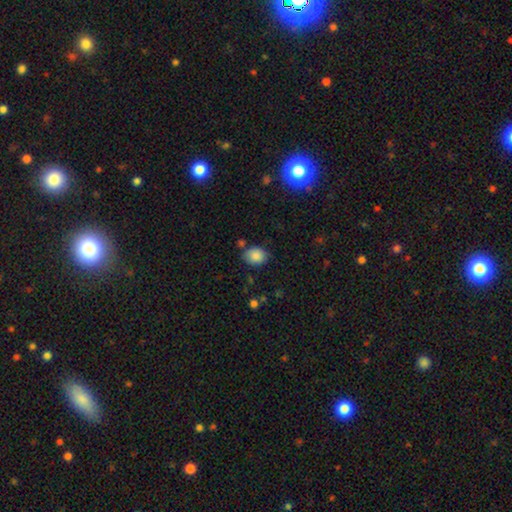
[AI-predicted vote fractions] Smooth or featured: smooth — 87% (star or artifact — 9%)
How rounded: round — 55% (in between — 44%)
Merging: none — 75% (minor disturbance — 16%)